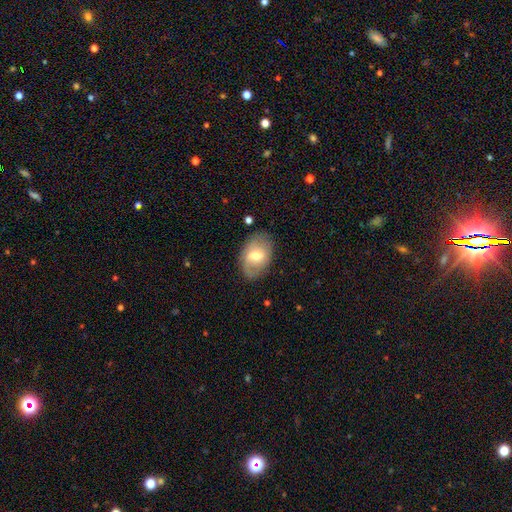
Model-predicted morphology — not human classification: smooth_or_featured: smooth (p=0.52) [alt: featured or disk p=0.41]
how_rounded: in between (p=0.83) [alt: round p=0.16]
merging: none (p=0.74) [alt: minor disturbance p=0.19]